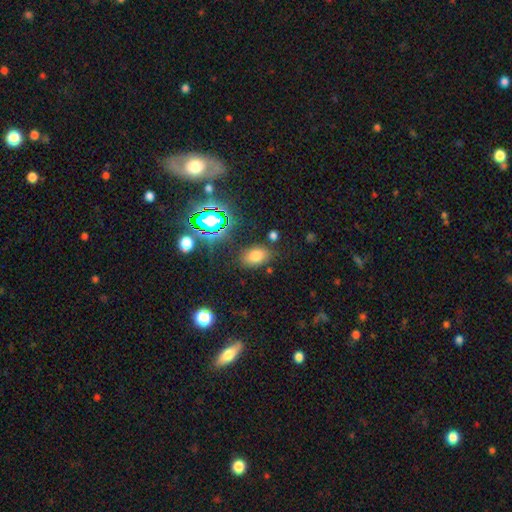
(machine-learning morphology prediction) smooth-or-featured: smooth: 70% | star or artifact: 20% | featured or disk: 10%
  how-rounded: in between: 86% | round: 12% | cigar-shaped: 2%
  merging: none: 80% | minor disturbance: 12% | major disturbance: 4% | merger: 4%